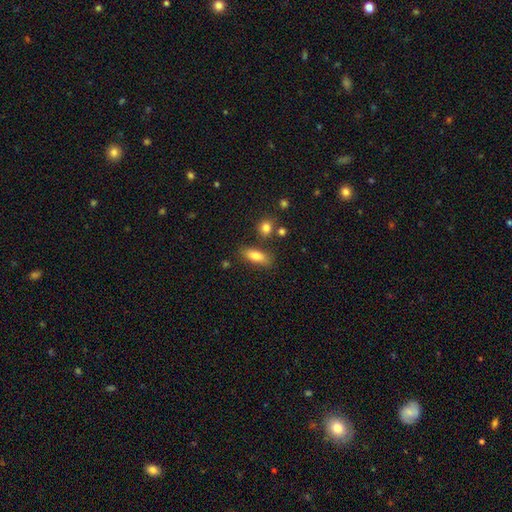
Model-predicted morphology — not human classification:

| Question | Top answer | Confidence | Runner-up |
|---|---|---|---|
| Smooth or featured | smooth | 81% | featured or disk (12%) |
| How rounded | in between | 73% | cigar-shaped (24%) |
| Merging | none | 78% | minor disturbance (12%) |